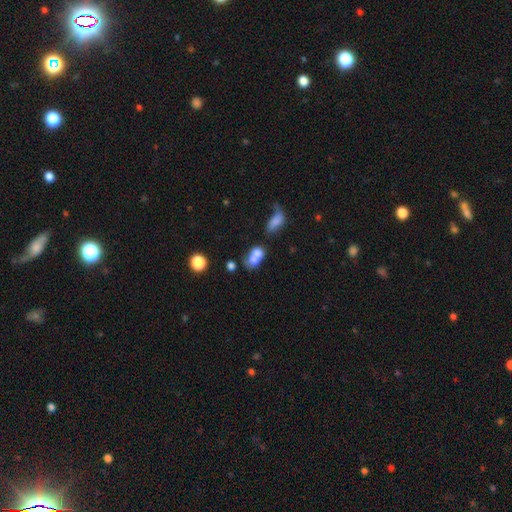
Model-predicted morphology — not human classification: smooth-or-featured: smooth: 69% | featured or disk: 20% | star or artifact: 11%
  how-rounded: in between: 61% | round: 37% | cigar-shaped: 3%
  merging: merger: 67% | none: 20% | minor disturbance: 8% | major disturbance: 6%